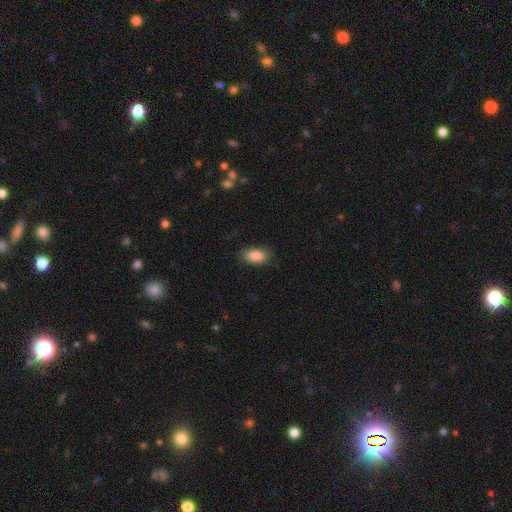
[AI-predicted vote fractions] Smooth or featured? smooth (89%)
How rounded? in between (92%)
Merging? none (83%)